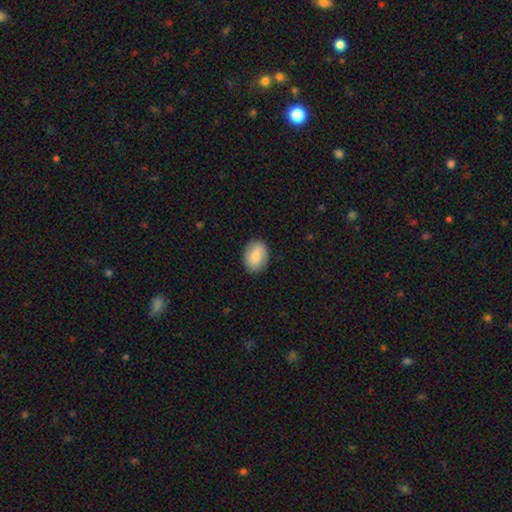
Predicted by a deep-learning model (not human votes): Morphology: type=smooth (81%); roundness=in between (69%); merging=none (84%).